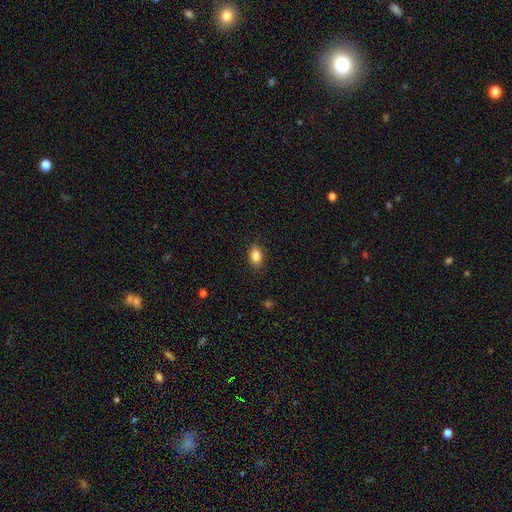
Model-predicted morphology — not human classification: smooth 87%, star or artifact 9%, featured or disk 5%. Down the decision tree: how rounded — in between (82%); merging — none (88%).